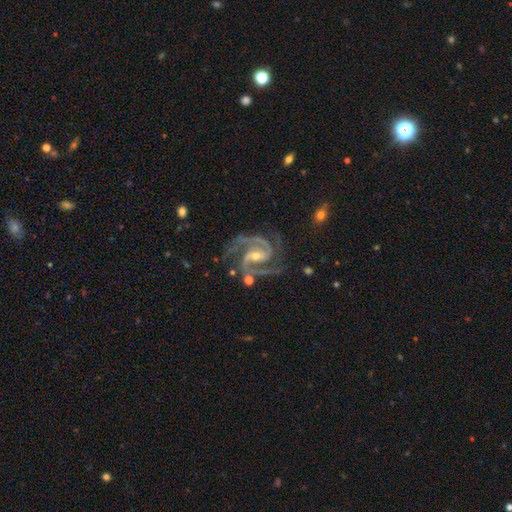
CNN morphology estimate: Q: Smooth or featured?
A: featured or disk (94%); runner-up: star or artifact (4%)
Q: Edge-on disk?
A: no (98%); runner-up: yes (2%)
Q: Bar?
A: weak (39%); runner-up: strong (35%)
Q: Spiral arms?
A: yes (99%); runner-up: no (1%)
Q: Spiral winding?
A: medium (62%); runner-up: tight (31%)
Q: Spiral arm count?
A: 2 (71%); runner-up: 3 (20%)
Q: Bulge size?
A: small (60%); runner-up: moderate (37%)
Q: Merging?
A: none (70%); runner-up: minor disturbance (18%)